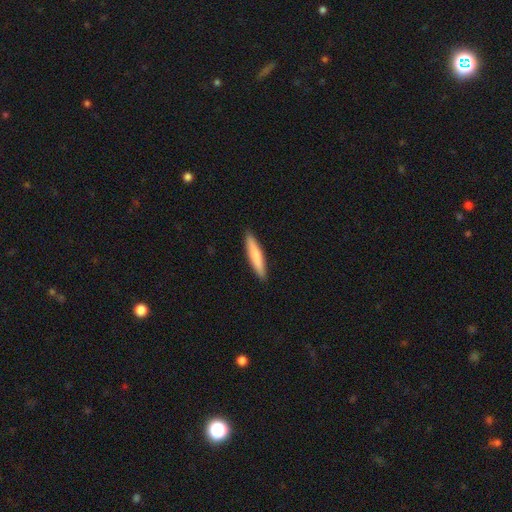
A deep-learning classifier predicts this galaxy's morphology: Smooth or featured?
  - smooth: 75% *
  - featured or disk: 20%
  - star or artifact: 5%
How rounded?
  - cigar-shaped: 89% *
  - in between: 10%
  - round: 1%
Merging?
  - none: 91% *
  - minor disturbance: 7%
  - major disturbance: 1%
  - merger: 1%